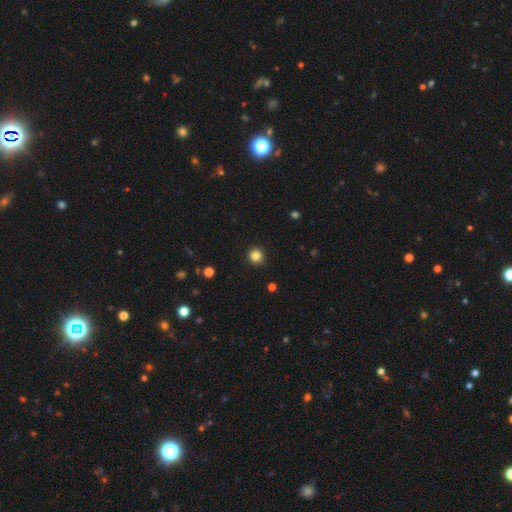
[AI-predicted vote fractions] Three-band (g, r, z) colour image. It shows a smooth galaxy with no disk features (83%) that is round (94%). Merging: none (90%).